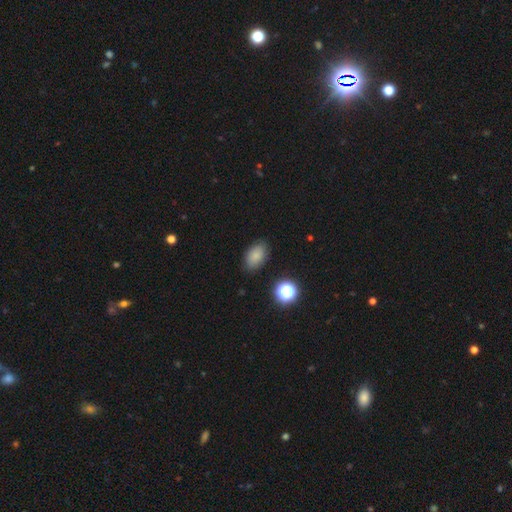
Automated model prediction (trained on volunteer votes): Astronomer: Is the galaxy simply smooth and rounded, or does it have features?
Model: smooth — 82%.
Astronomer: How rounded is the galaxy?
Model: in between — 88%.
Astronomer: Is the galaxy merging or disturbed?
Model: none — 85%.